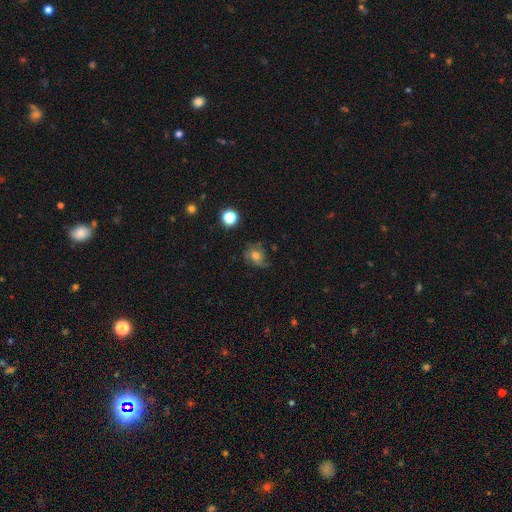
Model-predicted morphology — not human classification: smooth 56%, featured or disk 28%, star or artifact 16%. Down the decision tree: how rounded — round (63%); merging — none (58%).